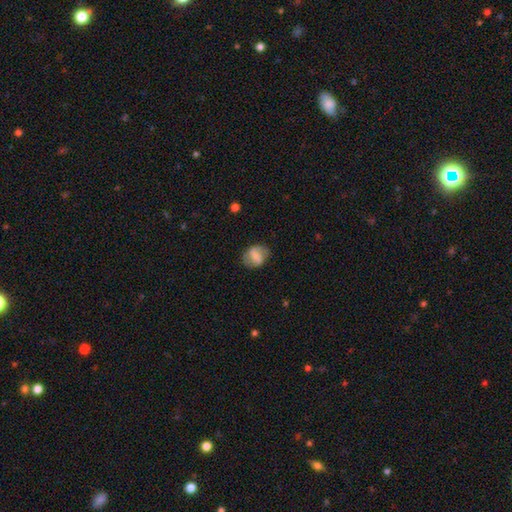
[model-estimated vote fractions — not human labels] smooth-or-featured: smooth: 64% | featured or disk: 28% | star or artifact: 8%
  how-rounded: in between: 55% | round: 43% | cigar-shaped: 2%
  merging: none: 75% | minor disturbance: 17% | major disturbance: 7% | merger: 1%